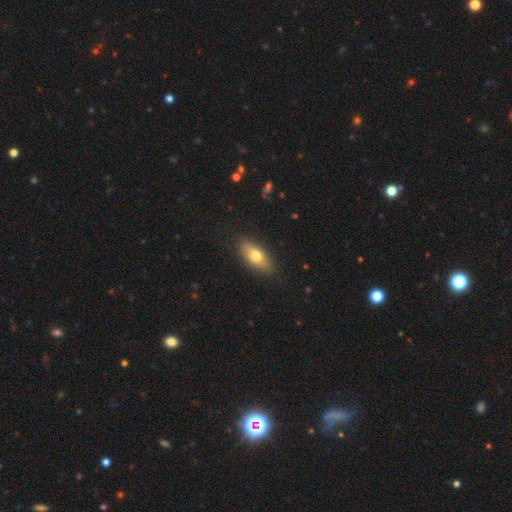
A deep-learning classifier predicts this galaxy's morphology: Overall: smooth (72%). How rounded: in between (81%). Merging: none (86%).